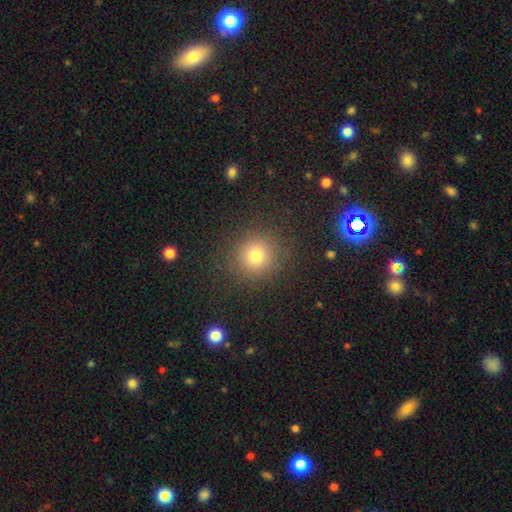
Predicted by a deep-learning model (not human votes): Smooth or featured: smooth — 77% (star or artifact — 16%)
How rounded: round — 91% (in between — 8%)
Merging: none — 89% (minor disturbance — 7%)